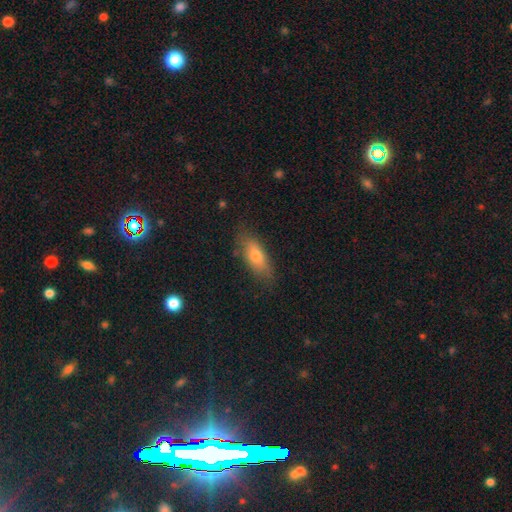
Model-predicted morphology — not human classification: Overall: smooth (70%). How rounded: in between (70%). Merging: none (77%).